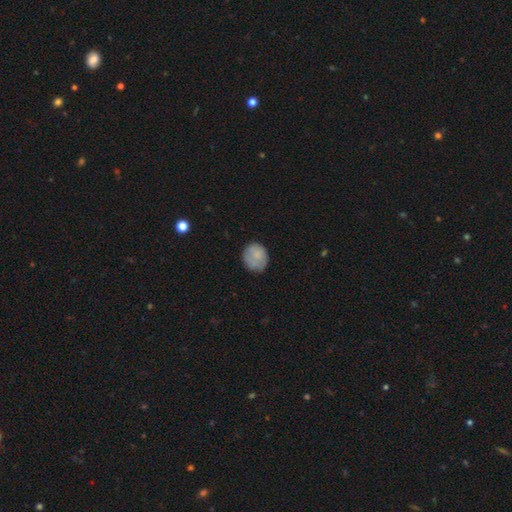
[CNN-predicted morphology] This is clearly a smooth galaxy (80%). How rounded: likely round (78%). Merging: likely none (70%).